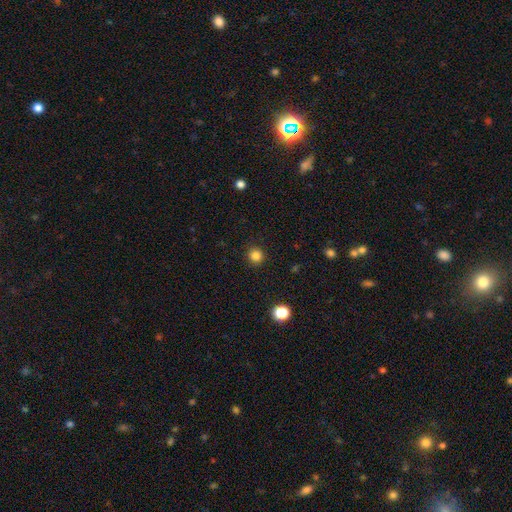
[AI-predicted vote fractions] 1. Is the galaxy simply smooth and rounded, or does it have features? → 83% smooth, 13% star or artifact, 4% featured or disk.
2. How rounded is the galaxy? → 94% round, 5% in between, 1% cigar-shaped.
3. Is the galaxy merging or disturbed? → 91% none, 6% minor disturbance, 2% major disturbance, 1% merger.